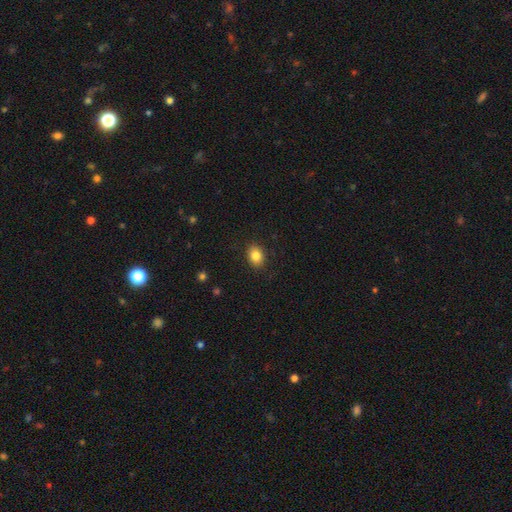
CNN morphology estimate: Overall: smooth (85%). How rounded: in between (64%; round 35%). Merging: none (89%).